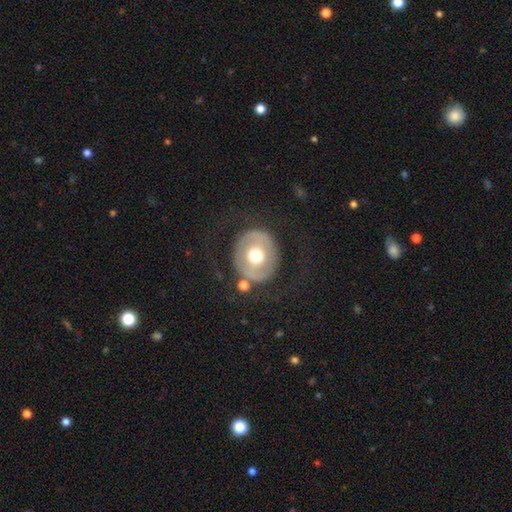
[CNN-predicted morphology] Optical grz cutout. It shows a featured or disk galaxy (50%). Merging: none (73%).